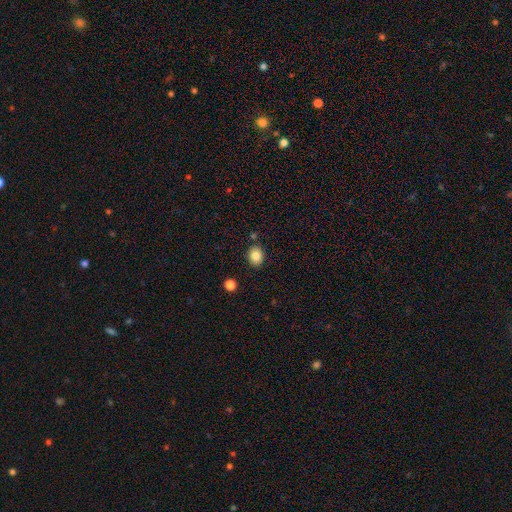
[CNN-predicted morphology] Smooth or featured?
  - smooth: 84% *
  - star or artifact: 10%
  - featured or disk: 7%
How rounded?
  - round: 50% *
  - in between: 49%
  - cigar-shaped: 1%
Merging?
  - none: 85% *
  - minor disturbance: 10%
  - merger: 3%
  - major disturbance: 2%